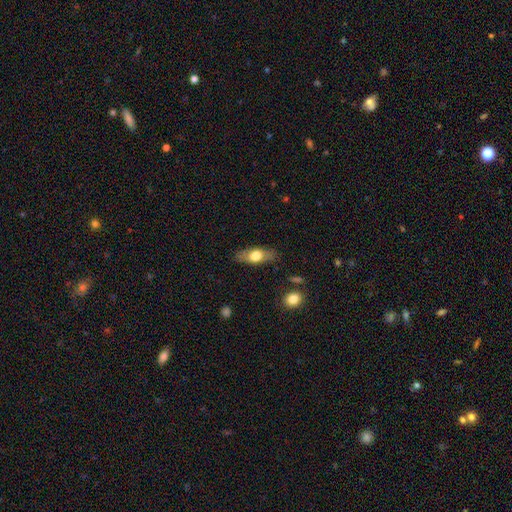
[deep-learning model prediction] Morphology: type=smooth (62%); roundness=in between (71%); merging=none (83%).